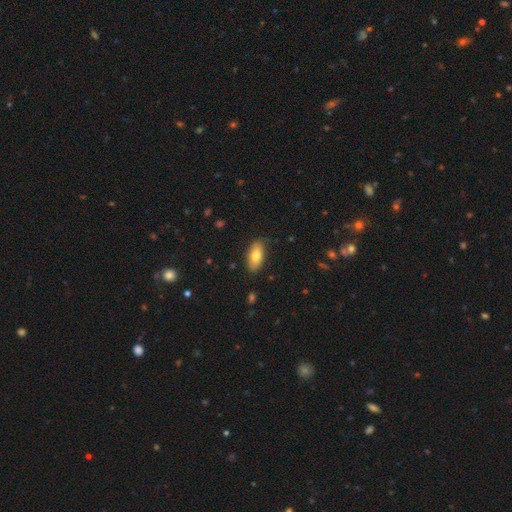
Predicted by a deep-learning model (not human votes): Smooth or featured? Predicted: smooth (p=0.78). How rounded? Predicted: in between (p=0.88). Merging? Predicted: none (p=0.83).